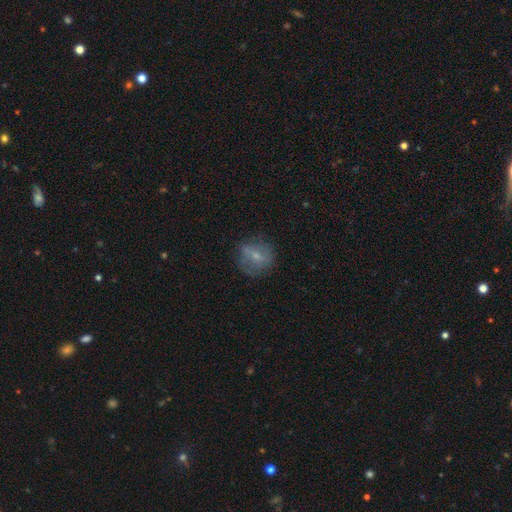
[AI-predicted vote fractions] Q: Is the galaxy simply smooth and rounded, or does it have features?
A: smooth — 52%.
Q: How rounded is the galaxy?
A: round — 74%.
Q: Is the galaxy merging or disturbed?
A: none — 69%.